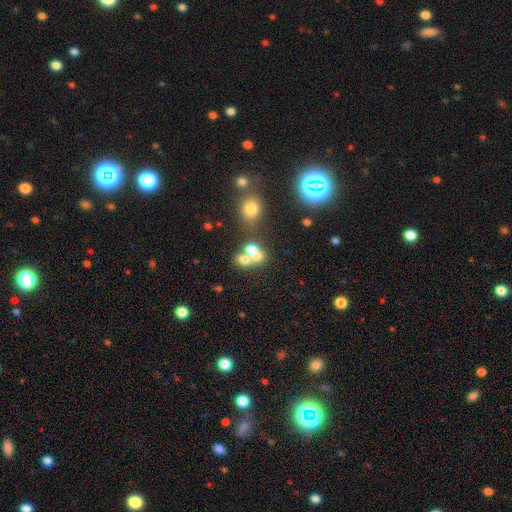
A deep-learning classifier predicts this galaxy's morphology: This appears to be a smooth galaxy with no disk features (60%) that is round (54%). Merging: merger (60%).